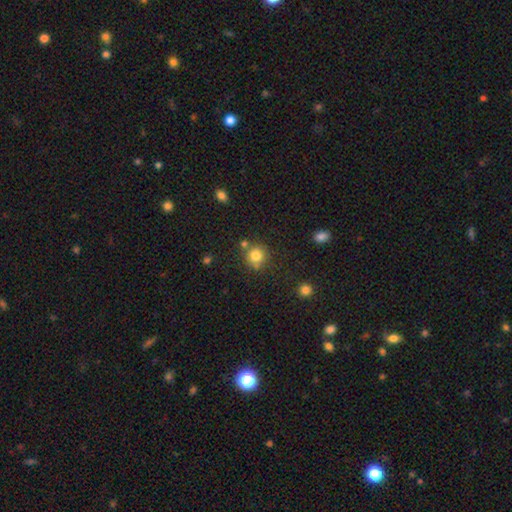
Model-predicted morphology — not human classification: Q: Smooth or featured?
A: smooth (80%); runner-up: star or artifact (12%)
Q: How rounded?
A: round (90%); runner-up: in between (9%)
Q: Merging?
A: none (72%); runner-up: merger (13%)